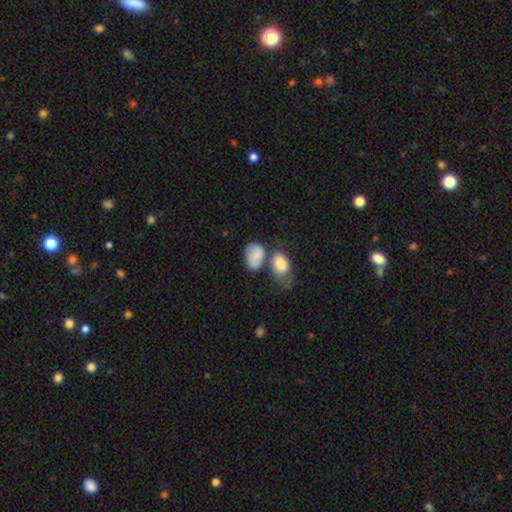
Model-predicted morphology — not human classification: This appears to be a smooth galaxy with no disk features (81%) that is in between round and cigar-shaped (84%). Merging: none (37%).